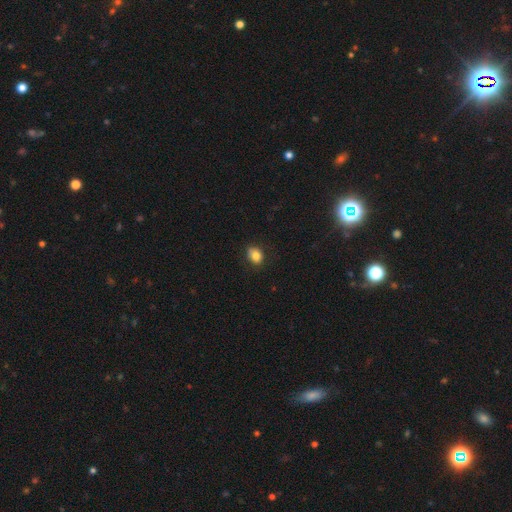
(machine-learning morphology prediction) This appears to be a smooth galaxy with no disk features (82%) that is in between round and cigar-shaped (60%). Merging: none (81%).